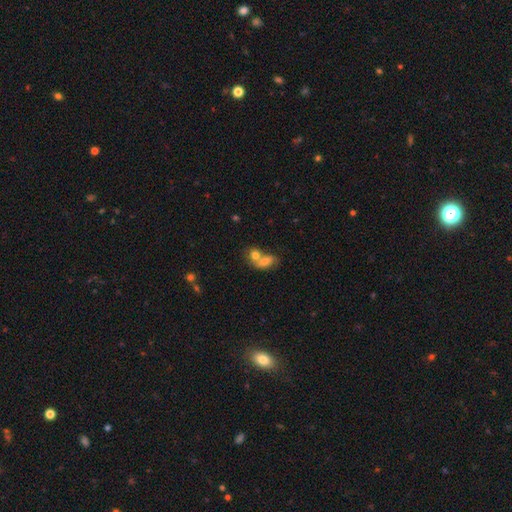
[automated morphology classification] smooth 73%, featured or disk 17%, star or artifact 10%. Down the decision tree: how rounded — in between (65%); merging — merger (61%).